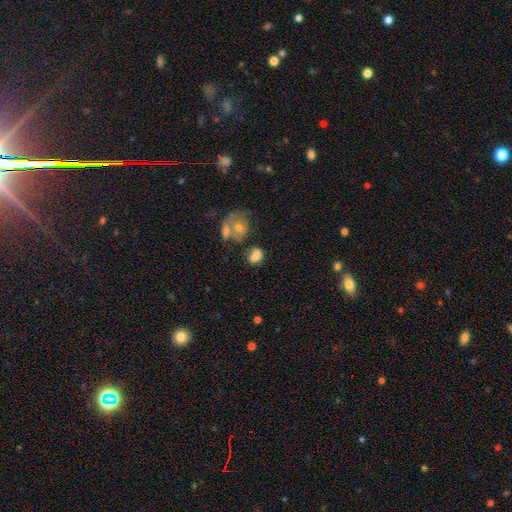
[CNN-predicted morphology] smooth 73%, featured or disk 16%, star or artifact 11%. Down the decision tree: how rounded — in between (67%); merging — none (38%).